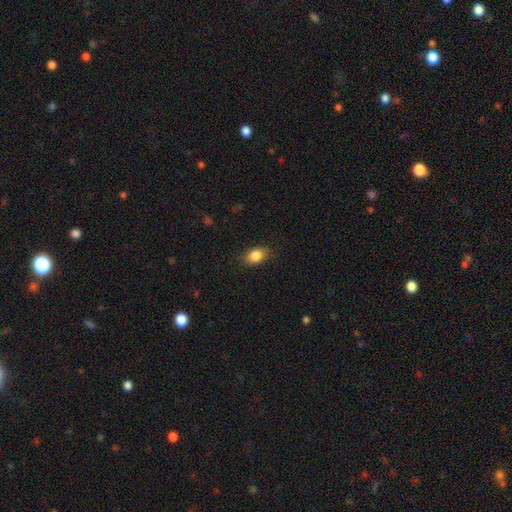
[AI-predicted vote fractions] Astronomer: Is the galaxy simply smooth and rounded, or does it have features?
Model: smooth — 85%.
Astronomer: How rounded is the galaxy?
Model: in between — 79%.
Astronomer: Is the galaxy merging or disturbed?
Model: none — 81%.